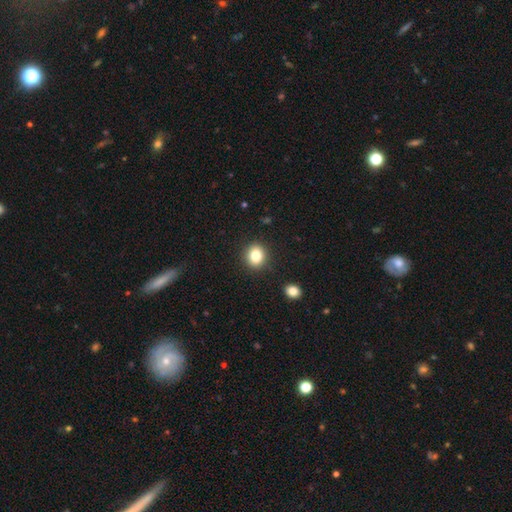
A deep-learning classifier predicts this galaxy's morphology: type=smooth (83%); roundness=round (71%); merging=none (89%).